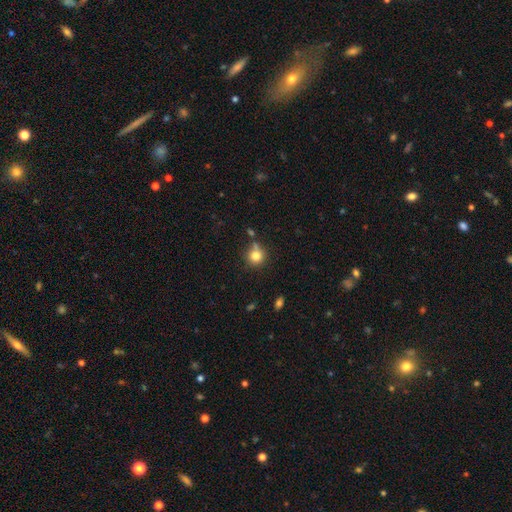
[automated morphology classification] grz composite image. It shows a smooth galaxy with no disk features (81%) that is round (91%). Merging: none (68%).